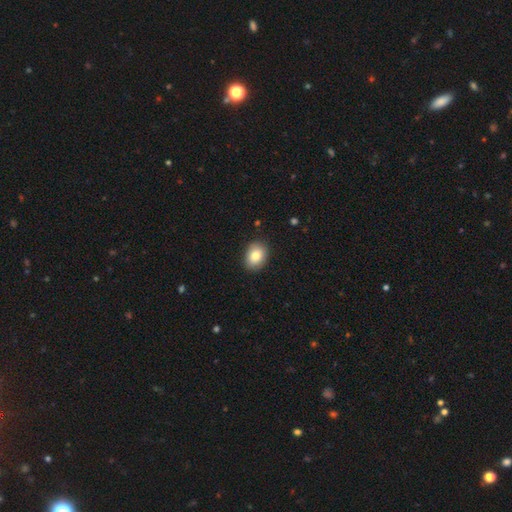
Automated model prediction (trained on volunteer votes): smooth_or_featured: smooth (p=0.81) [alt: featured or disk p=0.11]
how_rounded: in between (p=0.62) [alt: round p=0.37]
merging: none (p=0.87) [alt: minor disturbance p=0.10]